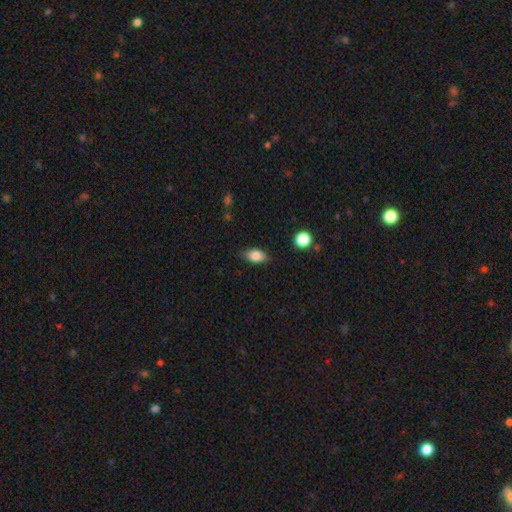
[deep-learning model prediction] Smooth or featured: smooth — 81% (featured or disk — 11%)
How rounded: in between — 85% (round — 10%)
Merging: none — 82% (minor disturbance — 14%)